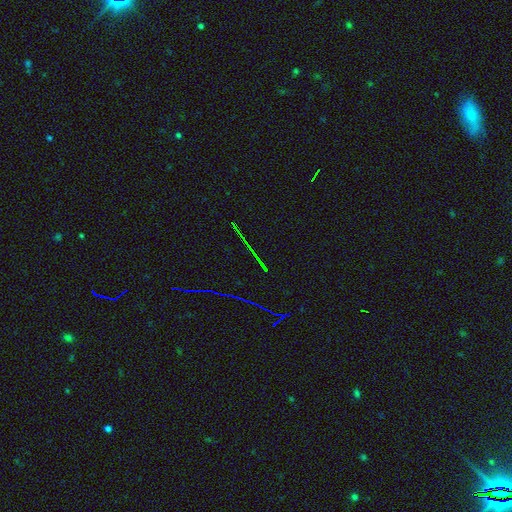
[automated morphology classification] The model was most divided on "smooth or featured": star or artifact: 80%, featured or disk: 11%, smooth: 9%.